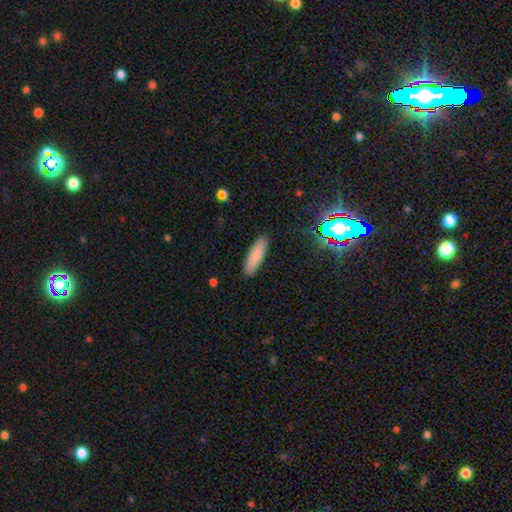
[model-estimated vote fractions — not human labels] This appears to be a smooth galaxy with no disk features (83%) that is cigar-shaped (60%). Merging: none (89%).